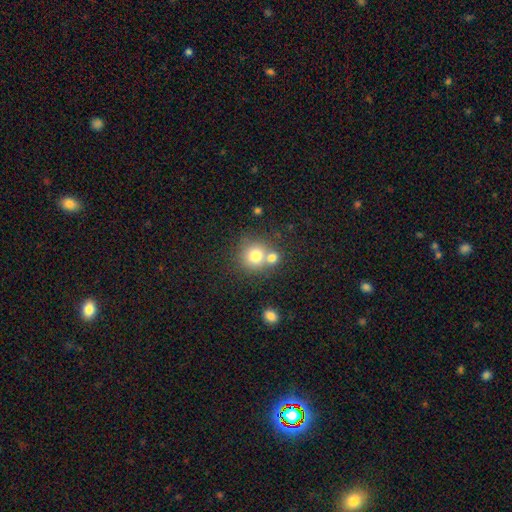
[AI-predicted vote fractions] Q: Smooth or featured?
A: smooth (76%); runner-up: featured or disk (12%)
Q: How rounded?
A: round (89%); runner-up: in between (10%)
Q: Merging?
A: none (51%); runner-up: merger (39%)